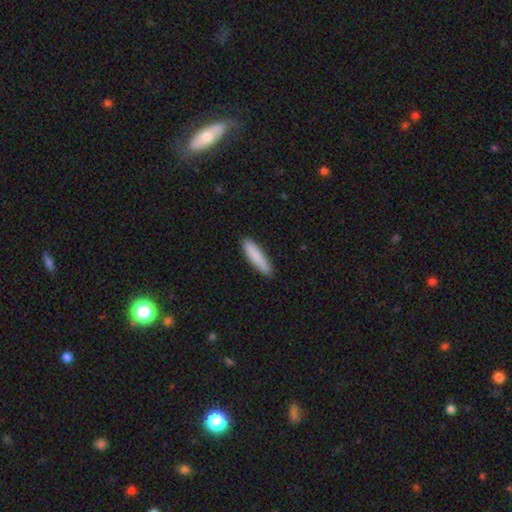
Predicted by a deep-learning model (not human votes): A smooth galaxy with no disk features (86%) that is cigar-shaped (83%). Merging: none (89%).